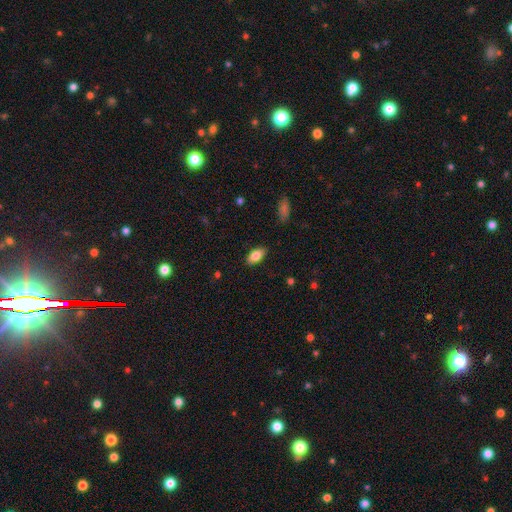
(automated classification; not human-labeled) Smooth or featured? Predicted: smooth (p=0.81). How rounded? Predicted: in between (p=0.91). Merging? Predicted: none (p=0.87).